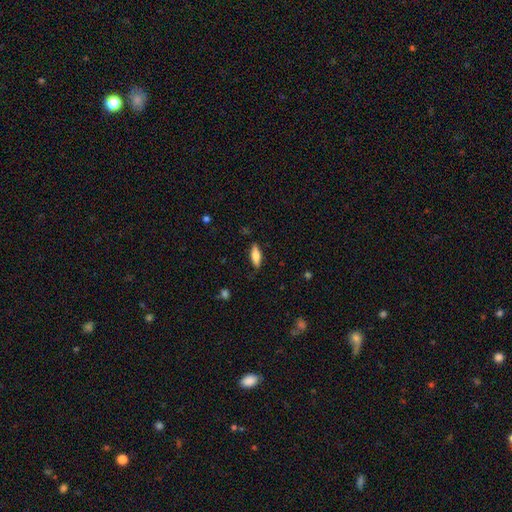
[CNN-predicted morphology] A smooth galaxy with no disk features (72%) that is in between round and cigar-shaped (63%). Merging: none (83%).